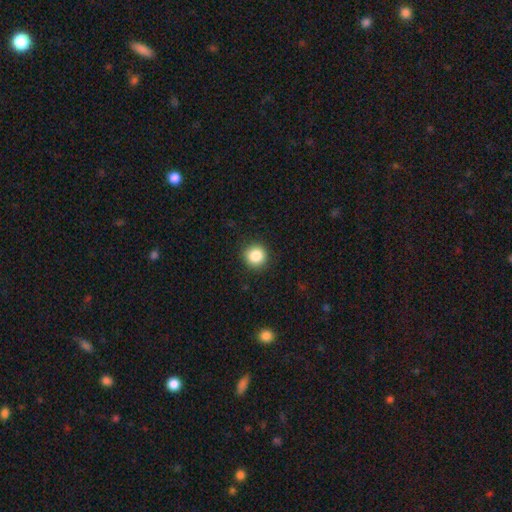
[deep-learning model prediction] This appears to be a smooth galaxy with no disk features (86%) that is round (93%). Merging: none (91%).